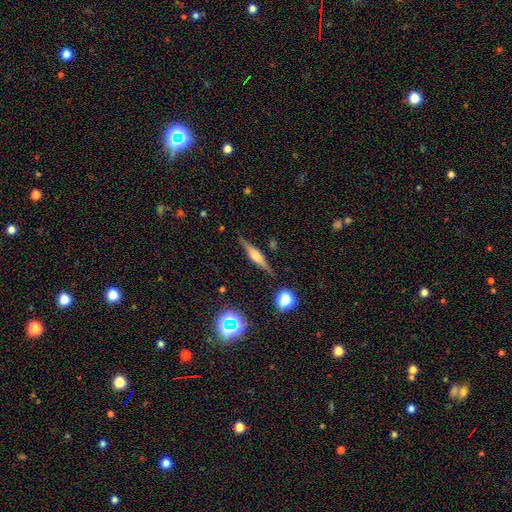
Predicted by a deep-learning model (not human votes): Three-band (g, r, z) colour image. It shows a featured or disk galaxy (69%) viewed edge-on (97%) with a rounded central bulge (67%). Merging: none (87%).